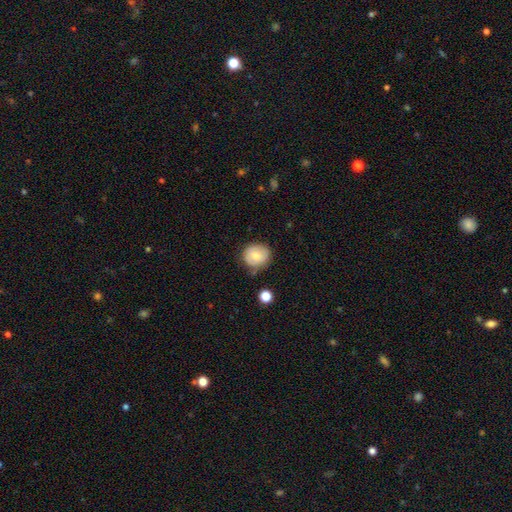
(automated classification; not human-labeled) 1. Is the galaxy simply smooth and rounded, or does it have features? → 74% smooth, 18% featured or disk, 8% star or artifact.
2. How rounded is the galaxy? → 84% round, 15% in between, 1% cigar-shaped.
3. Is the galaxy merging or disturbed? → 73% none, 20% minor disturbance, 4% major disturbance, 4% merger.